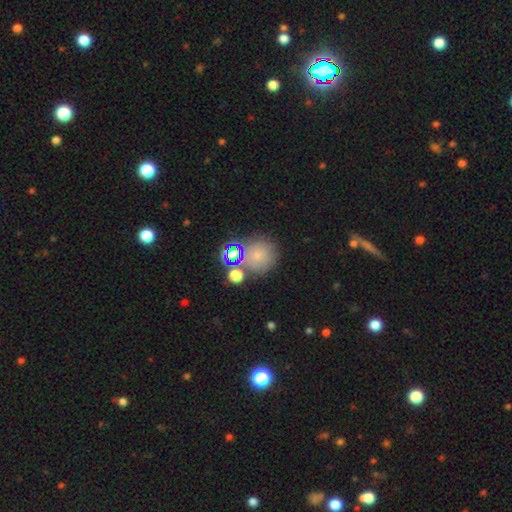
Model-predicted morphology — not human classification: A smooth galaxy with no disk features (59%) that is round (88%).

Vote fractions:
- Smooth or featured? smooth: 59% / star or artifact: 26% / featured or disk: 15%
- How rounded? round: 88% / in between: 11% / cigar-shaped: 1%
- Merging? none: 69% / merger: 14% / minor disturbance: 12% / major disturbance: 5%